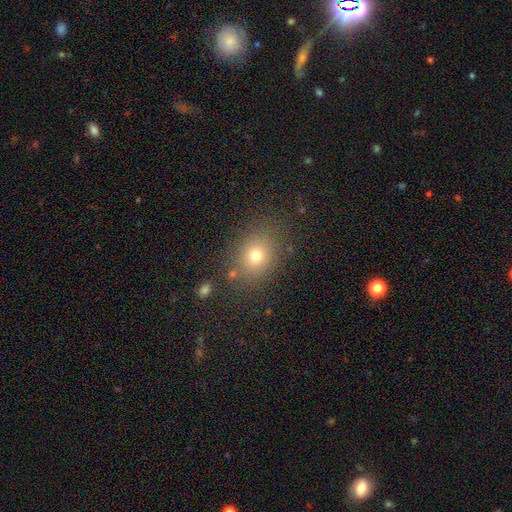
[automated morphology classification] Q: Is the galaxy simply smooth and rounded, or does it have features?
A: smooth — 72%.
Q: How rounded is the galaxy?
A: round — 54%.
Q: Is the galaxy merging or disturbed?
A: none — 81%.